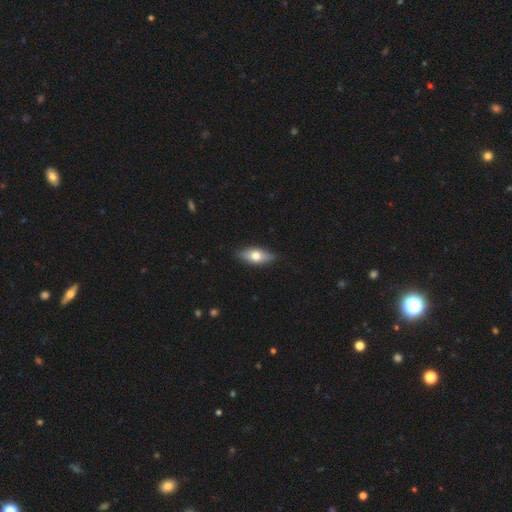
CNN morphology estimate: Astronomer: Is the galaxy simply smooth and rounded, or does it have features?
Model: smooth — 65%.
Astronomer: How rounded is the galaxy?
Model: in between — 81%.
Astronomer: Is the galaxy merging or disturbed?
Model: none — 85%.